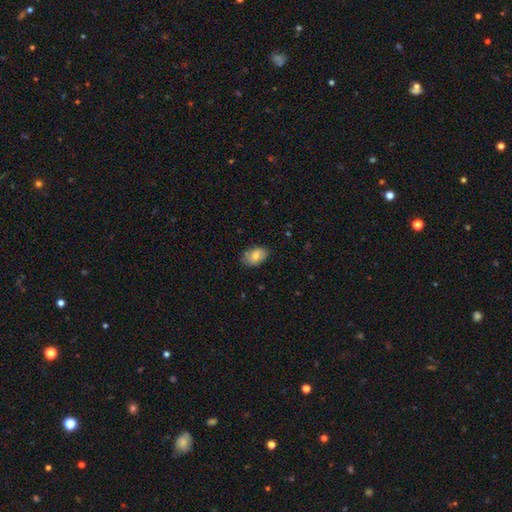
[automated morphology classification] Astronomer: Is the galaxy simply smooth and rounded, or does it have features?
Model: smooth — 77%.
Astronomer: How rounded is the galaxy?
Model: in between — 88%.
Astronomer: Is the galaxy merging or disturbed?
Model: none — 80%.